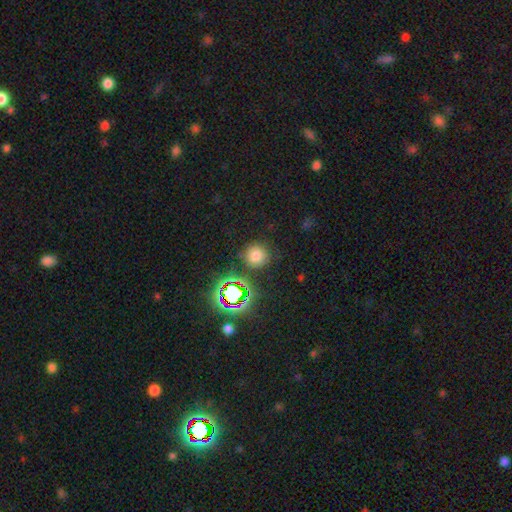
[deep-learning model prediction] This appears to be a smooth galaxy with no disk features (70%) that is round (93%). Merging: none (83%).